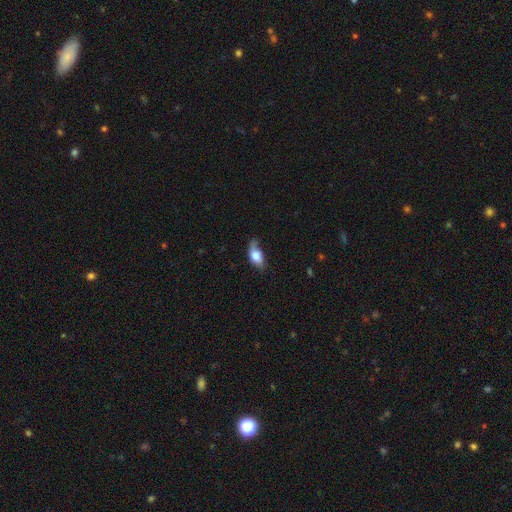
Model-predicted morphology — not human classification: This is likely a smooth galaxy (73%). How rounded: clearly in between (87%). Merging: marginally none (40%).